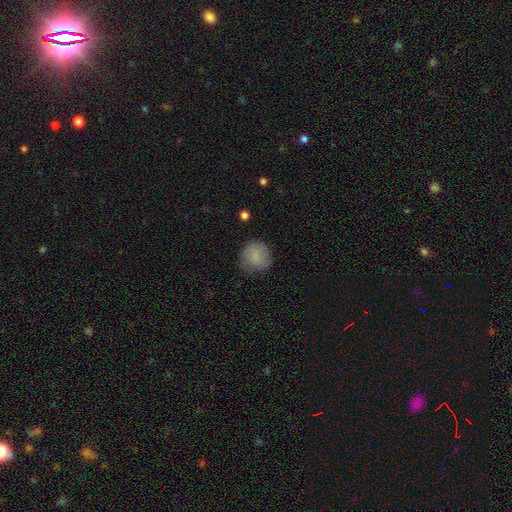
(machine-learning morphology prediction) Overall: smooth (81%). How rounded: round (86%). Merging: none (68%).